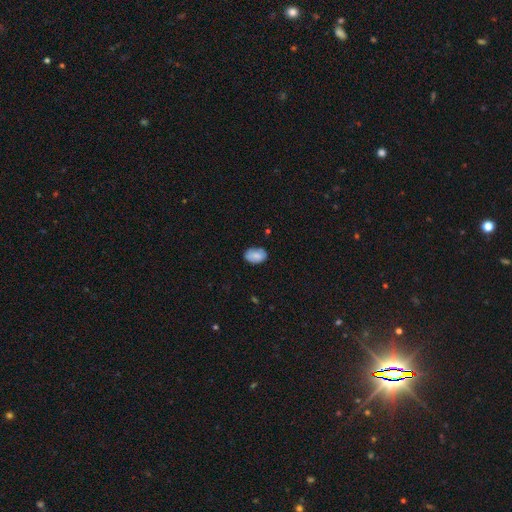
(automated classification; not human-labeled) Smooth or featured?
  - smooth: 79% *
  - featured or disk: 14%
  - star or artifact: 8%
How rounded?
  - in between: 87% *
  - round: 12%
  - cigar-shaped: 1%
Merging?
  - none: 71% *
  - minor disturbance: 23%
  - major disturbance: 4%
  - merger: 2%